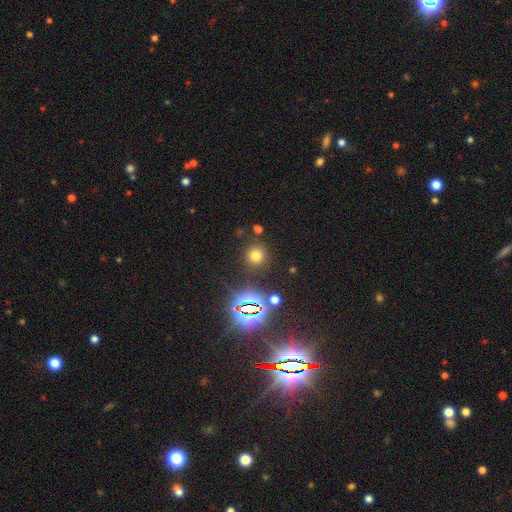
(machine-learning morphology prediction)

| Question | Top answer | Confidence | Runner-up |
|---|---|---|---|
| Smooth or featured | smooth | 65% | star or artifact (27%) |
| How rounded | round | 92% | in between (7%) |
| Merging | none | 85% | minor disturbance (8%) |